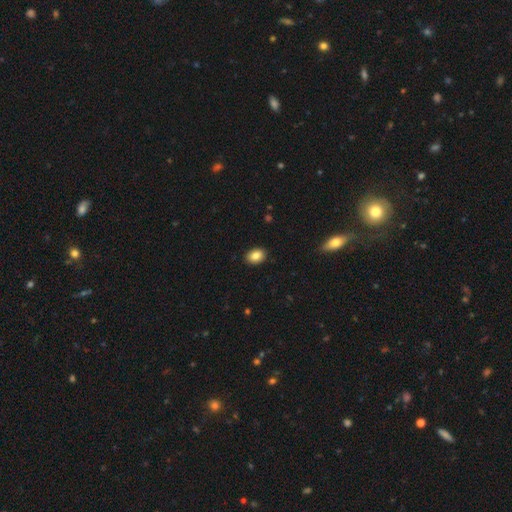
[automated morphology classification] Smooth or featured? smooth (86%)
How rounded? in between (76%)
Merging? none (90%)